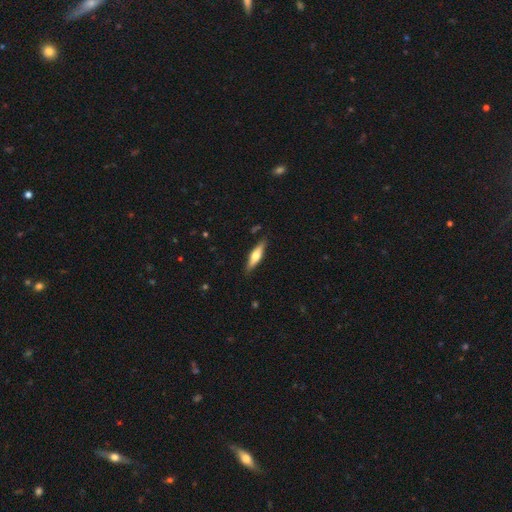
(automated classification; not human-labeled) Q: Smooth or featured?
A: smooth (49%); runner-up: featured or disk (45%)
Q: Merging?
A: none (86%); runner-up: minor disturbance (10%)